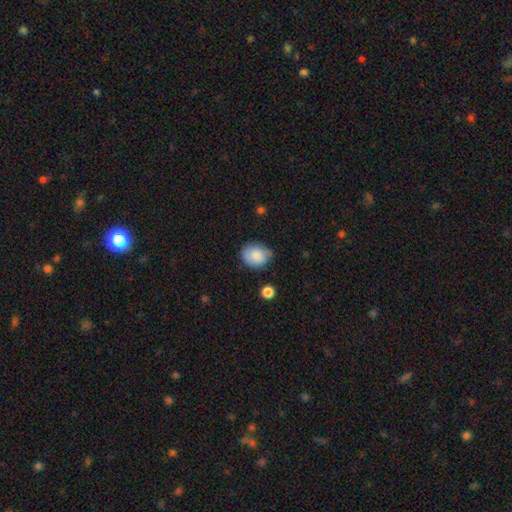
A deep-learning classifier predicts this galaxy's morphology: smooth_or_featured: smooth (p=0.83) [alt: featured or disk p=0.10]
how_rounded: round (p=0.56) [alt: in between p=0.43]
merging: none (p=0.67) [alt: minor disturbance p=0.25]